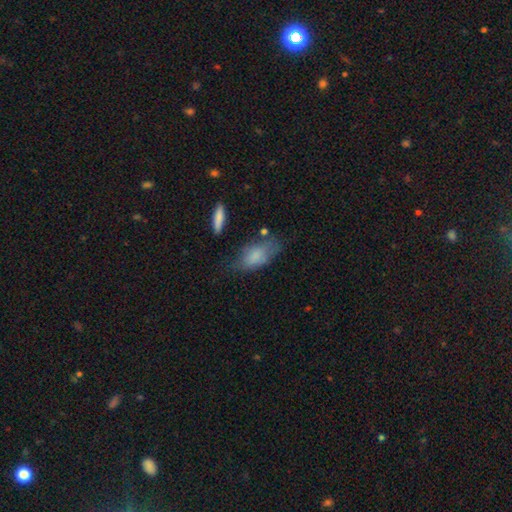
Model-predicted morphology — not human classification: Q: Smooth or featured?
A: smooth (76%); runner-up: featured or disk (16%)
Q: How rounded?
A: in between (86%); runner-up: cigar-shaped (10%)
Q: Merging?
A: none (50%); runner-up: minor disturbance (31%)